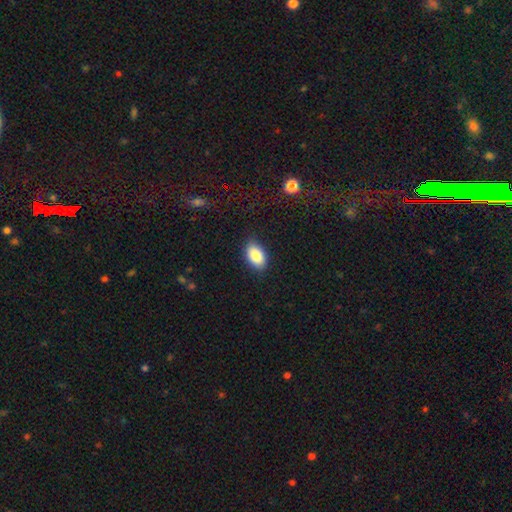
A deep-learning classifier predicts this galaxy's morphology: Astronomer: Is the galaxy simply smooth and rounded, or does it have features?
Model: smooth — 86%.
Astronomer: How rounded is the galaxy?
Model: in between — 92%.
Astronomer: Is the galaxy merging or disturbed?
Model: none — 85%.